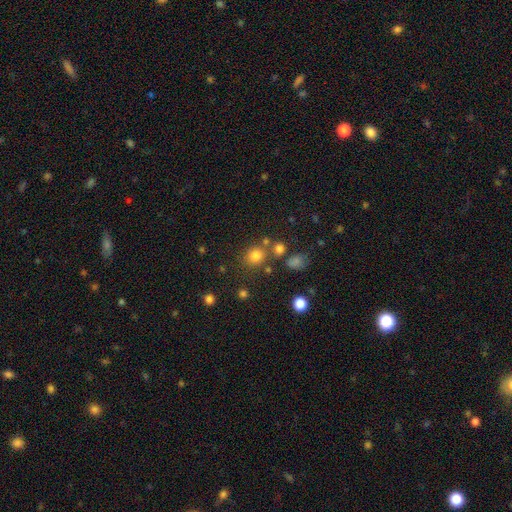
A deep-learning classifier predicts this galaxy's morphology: type=smooth (77%); roundness=round (78%); merging=none (72%).